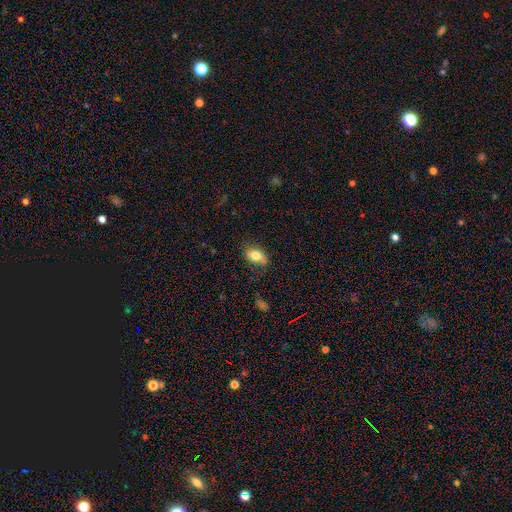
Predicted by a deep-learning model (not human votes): Smooth or featured: smooth — 79% (featured or disk — 13%)
How rounded: in between — 86% (round — 12%)
Merging: none — 75% (minor disturbance — 19%)